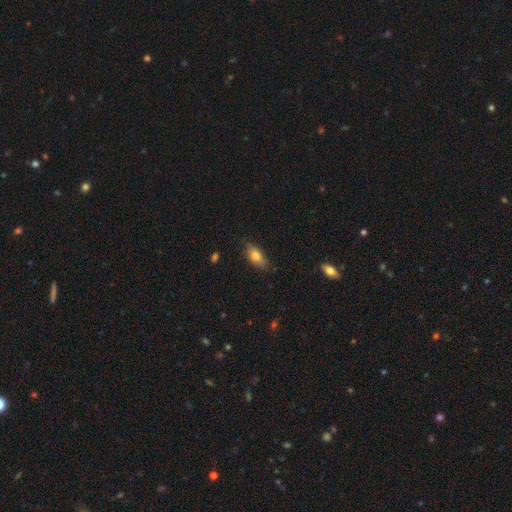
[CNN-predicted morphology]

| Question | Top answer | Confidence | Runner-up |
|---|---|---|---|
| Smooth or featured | smooth | 75% | featured or disk (17%) |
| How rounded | in between | 80% | cigar-shaped (15%) |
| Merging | none | 77% | minor disturbance (18%) |